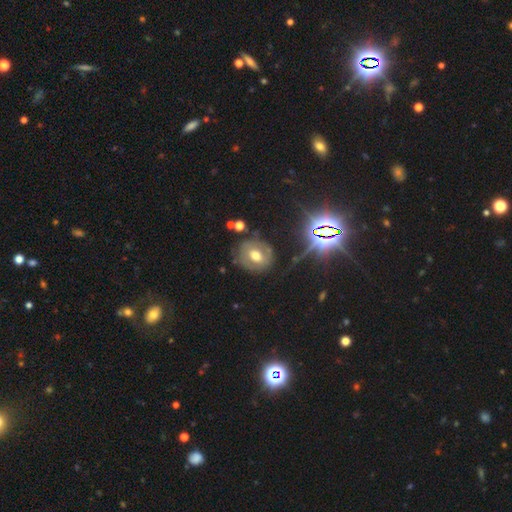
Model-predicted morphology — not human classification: A smooth galaxy with no disk features (42%).

Vote fractions:
- Smooth or featured? smooth: 42% / featured or disk: 41% / star or artifact: 17%
- Merging? none: 77% / minor disturbance: 14% / major disturbance: 6% / merger: 3%